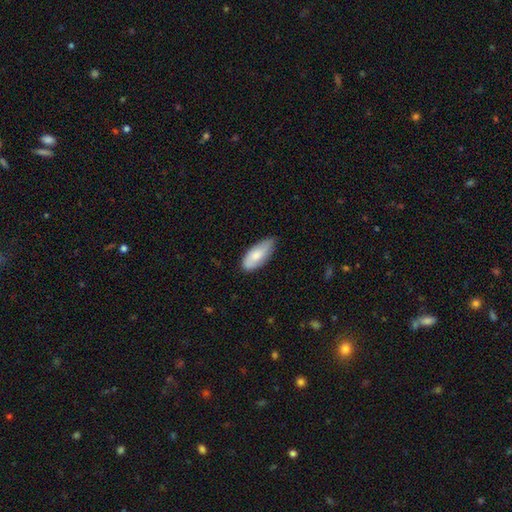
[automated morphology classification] smooth-or-featured: smooth: 76% | featured or disk: 19% | star or artifact: 5%
  how-rounded: in between: 85% | cigar-shaped: 13% | round: 2%
  merging: none: 67% | minor disturbance: 28% | major disturbance: 4% | merger: 1%